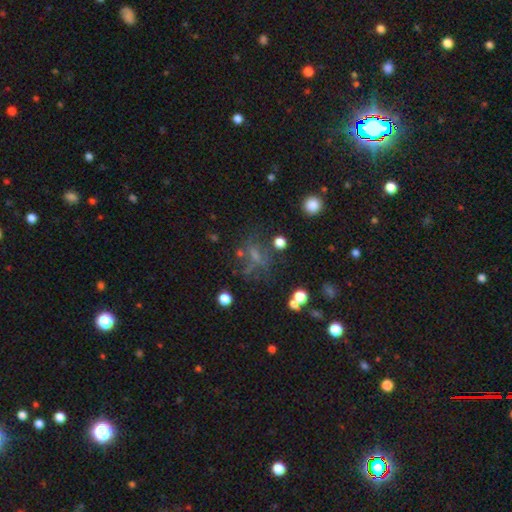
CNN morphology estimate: This appears to be a star or artifact, not a galaxy (38%).